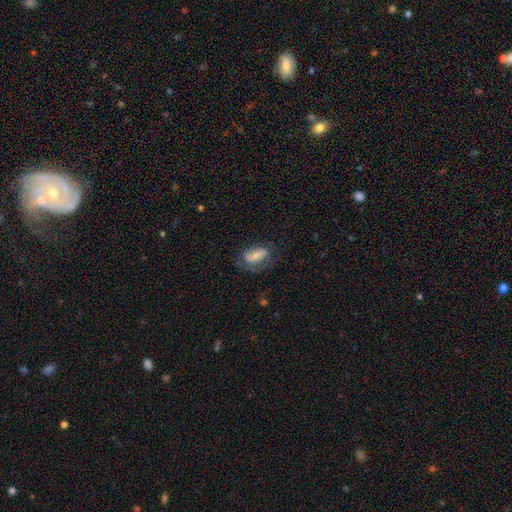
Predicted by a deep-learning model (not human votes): smooth-or-featured: featured or disk: 47% | smooth: 46% | star or artifact: 8%
  merging: none: 54% | minor disturbance: 25% | major disturbance: 19% | merger: 2%